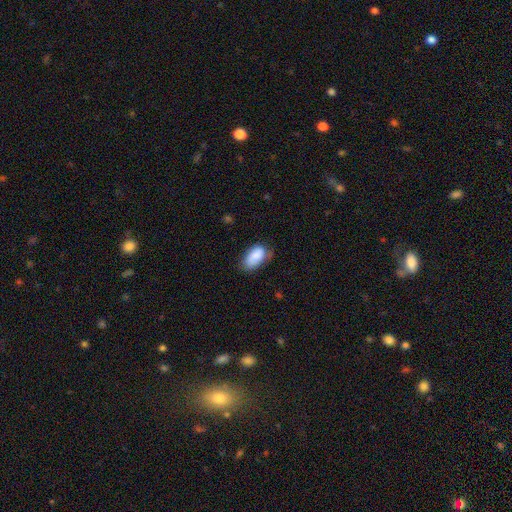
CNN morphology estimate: type=smooth (84%); roundness=in between (93%); merging=none (53%).